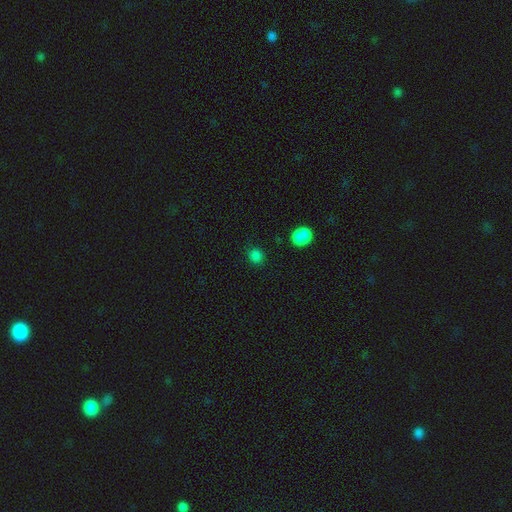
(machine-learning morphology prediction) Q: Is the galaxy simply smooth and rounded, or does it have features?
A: smooth — 82%.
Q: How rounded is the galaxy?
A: round — 78%.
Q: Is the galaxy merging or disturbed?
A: none — 84%.